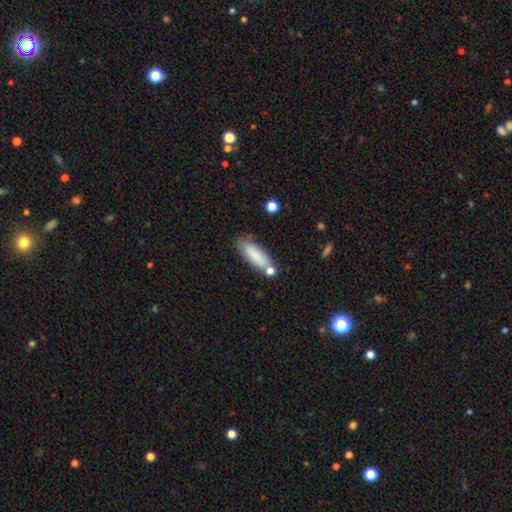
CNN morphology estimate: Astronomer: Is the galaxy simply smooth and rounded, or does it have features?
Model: smooth — 82%.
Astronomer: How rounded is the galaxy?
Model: in between — 53% (runner-up: cigar-shaped, 45%).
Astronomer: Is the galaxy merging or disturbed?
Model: none — 64%.